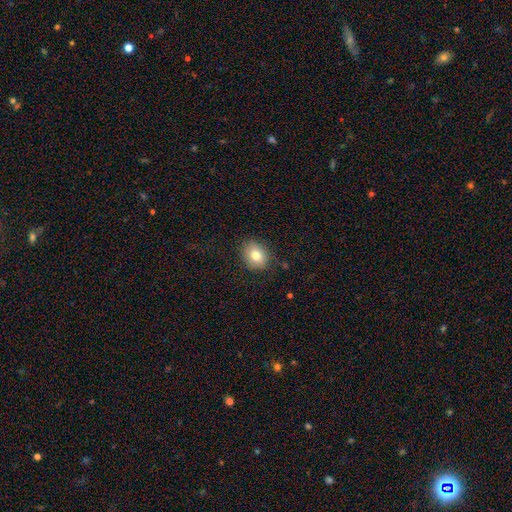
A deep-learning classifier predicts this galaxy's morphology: smooth 78%, featured or disk 12%, star or artifact 10%. Down the decision tree: how rounded — in between (54%); merging — none (83%).